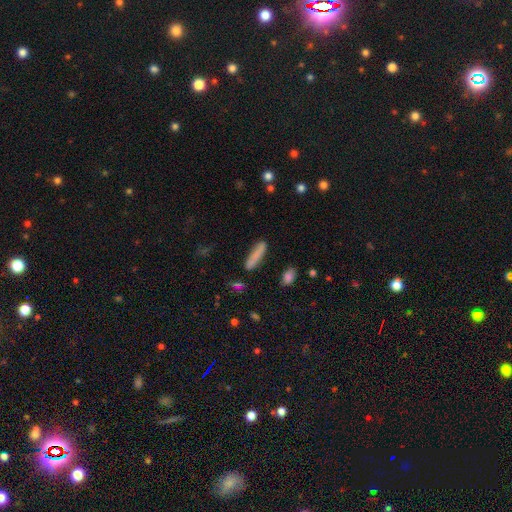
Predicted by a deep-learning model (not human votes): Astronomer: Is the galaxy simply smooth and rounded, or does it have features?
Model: smooth — 81%.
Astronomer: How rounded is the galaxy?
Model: cigar-shaped — 85%.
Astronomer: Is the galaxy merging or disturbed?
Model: none — 84%.